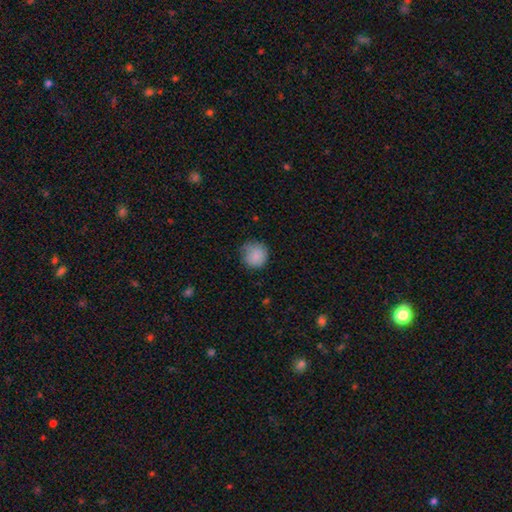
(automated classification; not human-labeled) Smooth or featured? smooth (86%)
How rounded? round (90%)
Merging? none (71%)